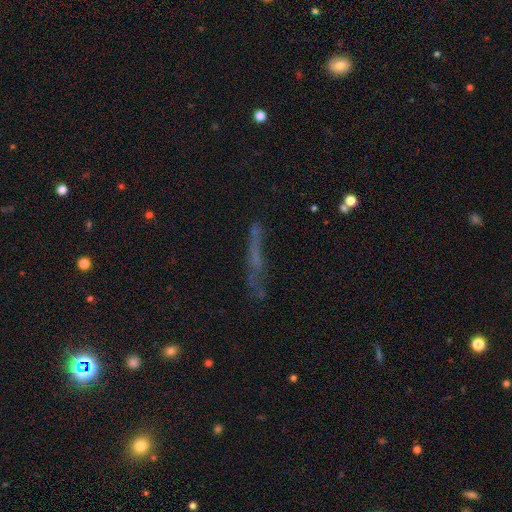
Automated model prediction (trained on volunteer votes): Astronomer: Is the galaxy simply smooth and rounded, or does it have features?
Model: smooth — 41% (runner-up: featured or disk, 39%).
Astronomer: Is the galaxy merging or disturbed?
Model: none — 58%.